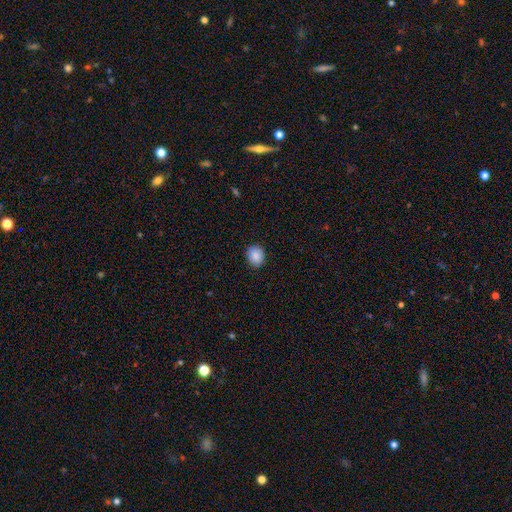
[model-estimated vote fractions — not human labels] Smooth or featured?
  - smooth: 89% *
  - star or artifact: 8%
  - featured or disk: 4%
How rounded?
  - round: 57% *
  - in between: 42%
  - cigar-shaped: 1%
Merging?
  - none: 87% *
  - minor disturbance: 10%
  - major disturbance: 2%
  - merger: 1%